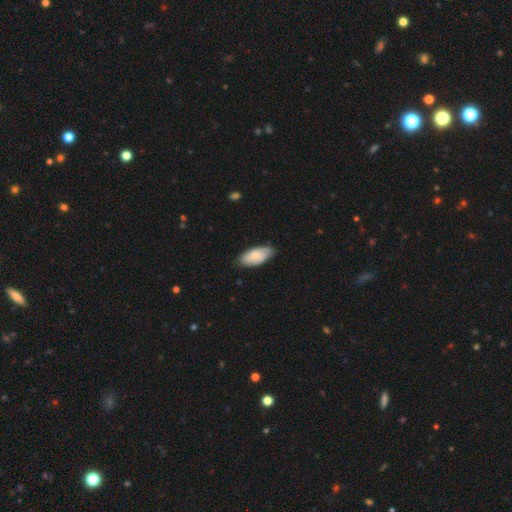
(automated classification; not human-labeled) Smooth or featured?
  - smooth: 63% *
  - featured or disk: 32%
  - star or artifact: 5%
How rounded?
  - in between: 90% *
  - cigar-shaped: 8%
  - round: 2%
Merging?
  - none: 77% *
  - minor disturbance: 19%
  - major disturbance: 3%
  - merger: 1%